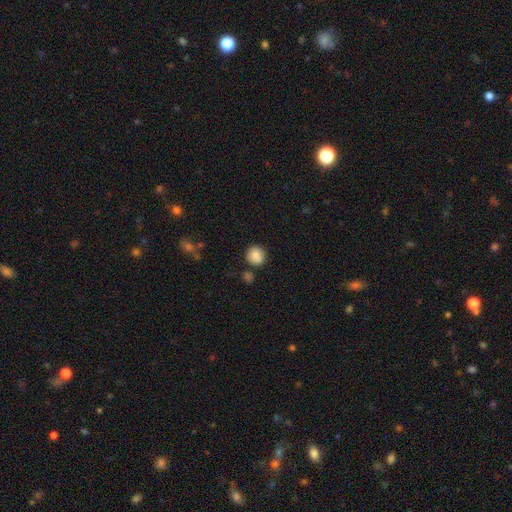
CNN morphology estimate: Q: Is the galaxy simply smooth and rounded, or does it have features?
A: smooth — 86%.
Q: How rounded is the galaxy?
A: round — 84%.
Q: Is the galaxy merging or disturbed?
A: none — 80%.